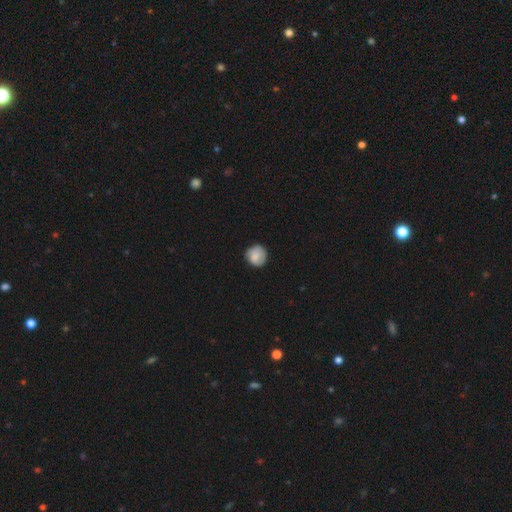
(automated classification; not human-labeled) This appears to be a smooth galaxy with no disk features (76%) that is round (89%). Merging: none (77%).